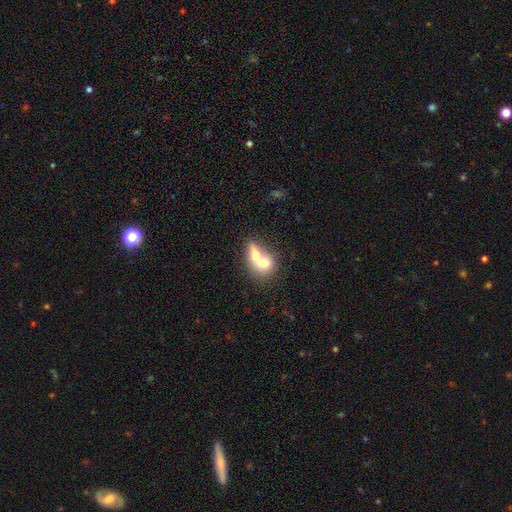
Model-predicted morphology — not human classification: Q: Smooth or featured?
A: smooth (65%); runner-up: featured or disk (27%)
Q: How rounded?
A: round (52%); runner-up: in between (45%)
Q: Merging?
A: merger (76%); runner-up: none (15%)